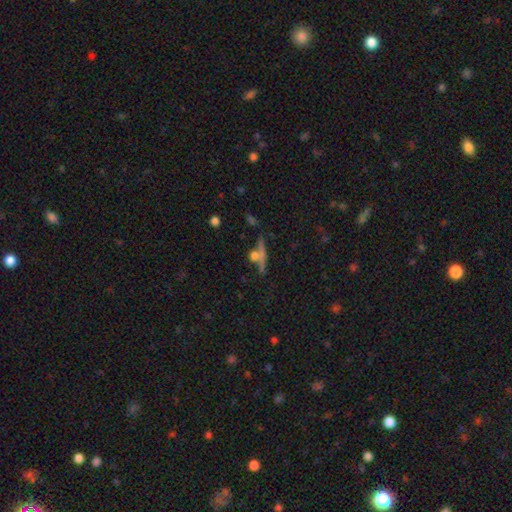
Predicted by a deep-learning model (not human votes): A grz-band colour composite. It shows a smooth galaxy with no disk features (51%) that is cigar-shaped (50%). Merging: none (55%).